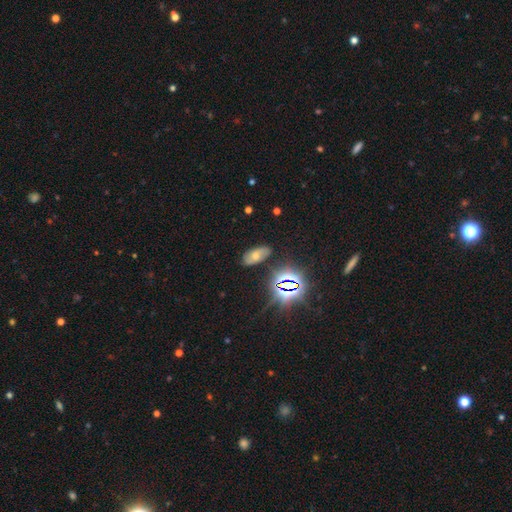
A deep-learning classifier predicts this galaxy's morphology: type=smooth (44%); merging=none (78%).